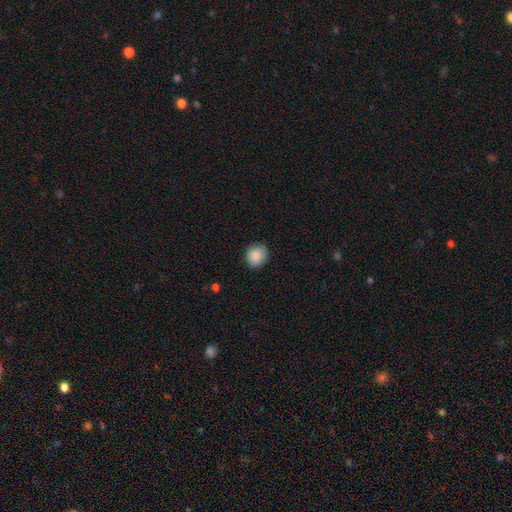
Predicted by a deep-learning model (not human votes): smooth 88%, star or artifact 8%, featured or disk 4%. Down the decision tree: how rounded — round (82%); merging — none (86%).